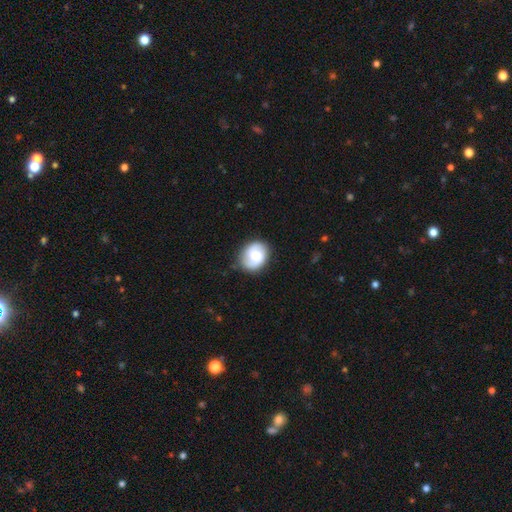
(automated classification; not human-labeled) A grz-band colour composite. It shows a featured or disk galaxy (56%) with no bar (54%), spiral arms (90%) and a moderate central bulge (53%). Merging: none (78%).